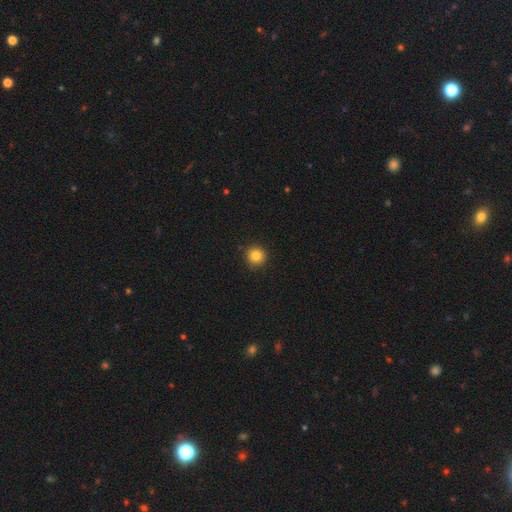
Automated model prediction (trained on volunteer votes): smooth-or-featured: smooth: 84% | star or artifact: 11% | featured or disk: 5%
  how-rounded: round: 94% | in between: 5% | cigar-shaped: 1%
  merging: none: 90% | minor disturbance: 7% | major disturbance: 2% | merger: 1%